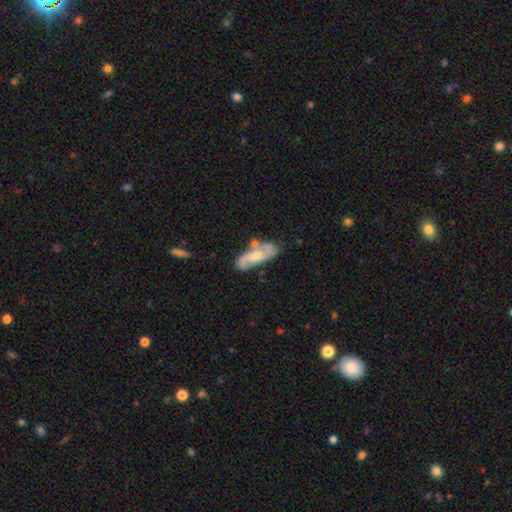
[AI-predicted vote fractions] smooth-or-featured: featured or disk: 64% | smooth: 30% | star or artifact: 6%
  disk-edge-on: no: 89% | yes: 11%
    bar: no: 54% | weak: 36% | strong: 9%
    has-spiral-arms: yes: 85% | no: 15%
    bulge-size: moderate: 52% | small: 30% | large: 8% | none: 8% | dominant: 1%
  merging: none: 52% | minor disturbance: 23% | merger: 16% | major disturbance: 10%